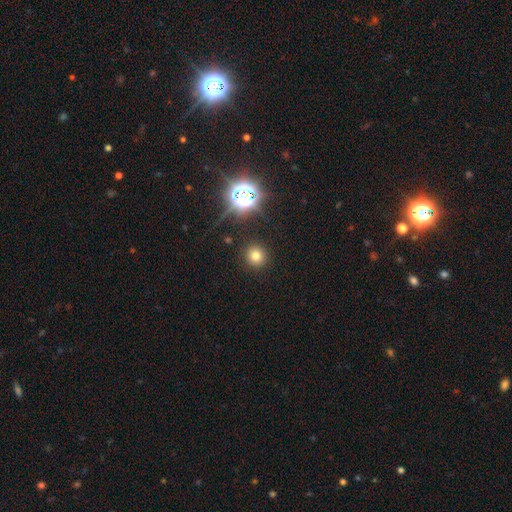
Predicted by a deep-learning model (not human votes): This is likely a smooth galaxy (72%). How rounded: clearly round (92%). Merging: clearly none (90%).